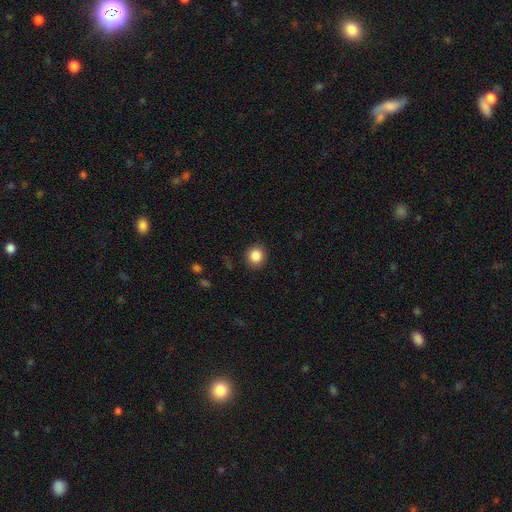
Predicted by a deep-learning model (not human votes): Smooth or featured: smooth — 86% (star or artifact — 10%)
How rounded: round — 86% (in between — 13%)
Merging: none — 90% (minor disturbance — 7%)